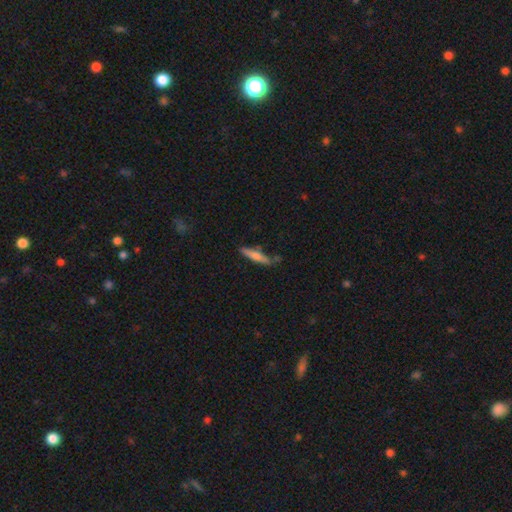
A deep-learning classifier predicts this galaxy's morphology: Smooth or featured? Predicted: smooth (p=0.58). How rounded? Predicted: cigar-shaped (p=0.87). Merging? Predicted: none (p=0.73).